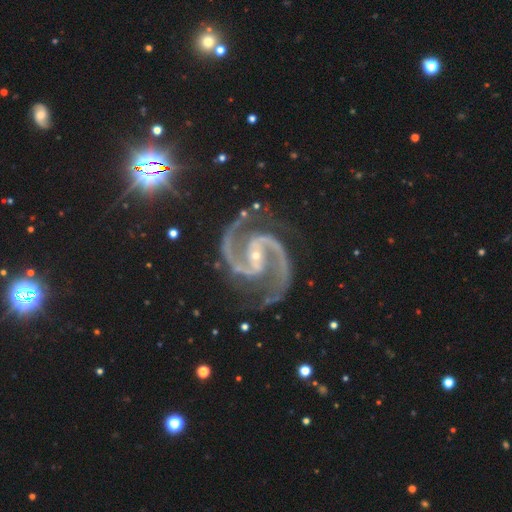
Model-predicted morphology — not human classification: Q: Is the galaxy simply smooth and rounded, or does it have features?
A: featured or disk — 94%.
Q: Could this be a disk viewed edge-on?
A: no — 98%.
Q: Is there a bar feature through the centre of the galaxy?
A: strong — 40%.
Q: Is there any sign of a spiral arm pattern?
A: yes — 99%.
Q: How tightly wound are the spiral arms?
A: medium — 69%.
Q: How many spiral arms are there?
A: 2 — 93%.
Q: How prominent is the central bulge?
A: small — 82%.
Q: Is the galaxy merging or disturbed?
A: none — 77%.